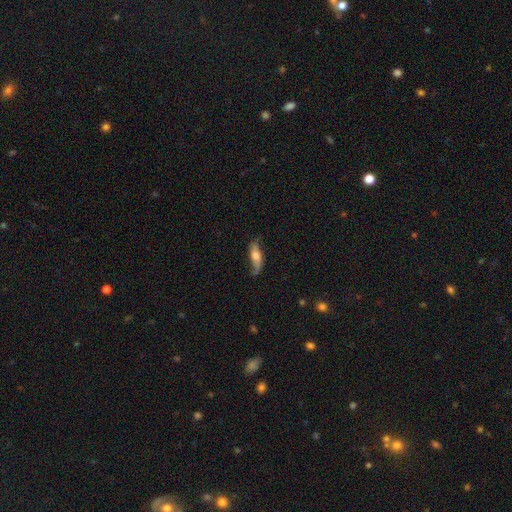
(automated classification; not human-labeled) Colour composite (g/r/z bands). It shows a featured or disk galaxy (57%). Merging: none (61%).